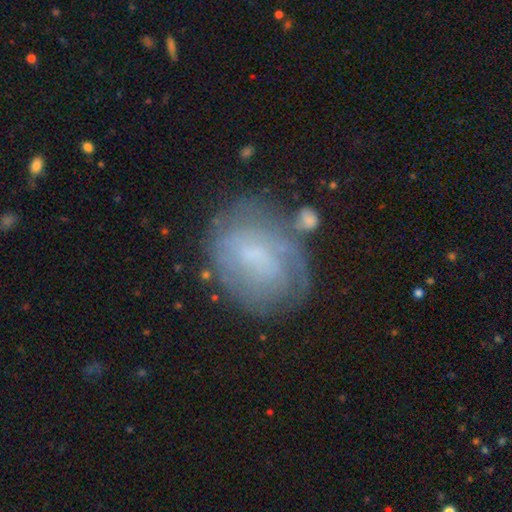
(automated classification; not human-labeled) Smooth or featured? featured or disk (58%)
Edge-on disk? no (97%)
Bar? no (53%)
Spiral arms? yes (71%)
Bulge size? small (47%)
Merging? none (60%)